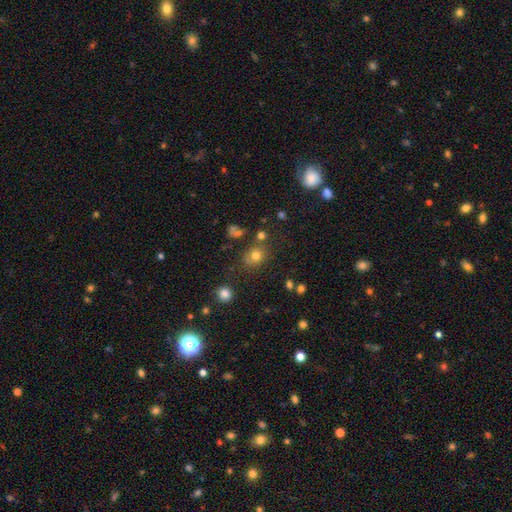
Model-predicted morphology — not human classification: smooth 73%, star or artifact 17%, featured or disk 10%. Down the decision tree: how rounded — round (73%); merging — none (70%).